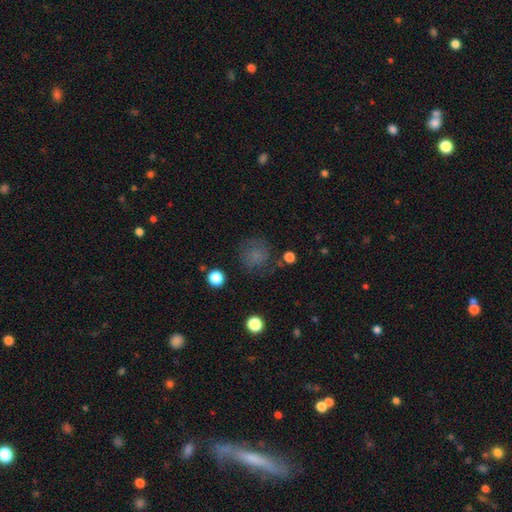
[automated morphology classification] Smooth or featured? smooth (71%)
How rounded? round (86%)
Merging? none (71%)